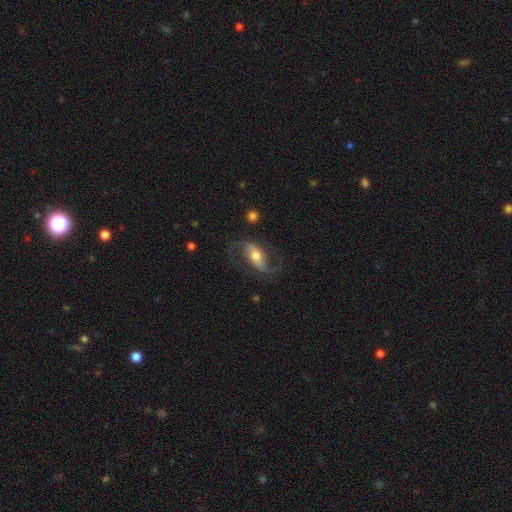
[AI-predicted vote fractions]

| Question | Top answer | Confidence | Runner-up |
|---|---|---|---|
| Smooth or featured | featured or disk | 74% | smooth (20%) |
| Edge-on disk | no | 92% | yes (8%) |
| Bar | weak | 34% | strong (33%) |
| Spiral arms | yes | 91% | no (9%) |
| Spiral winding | loose | 63% | medium (30%) |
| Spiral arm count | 2 | 90% | 1 (3%) |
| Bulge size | moderate | 65% | small (20%) |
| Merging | none | 68% | minor disturbance (16%) |